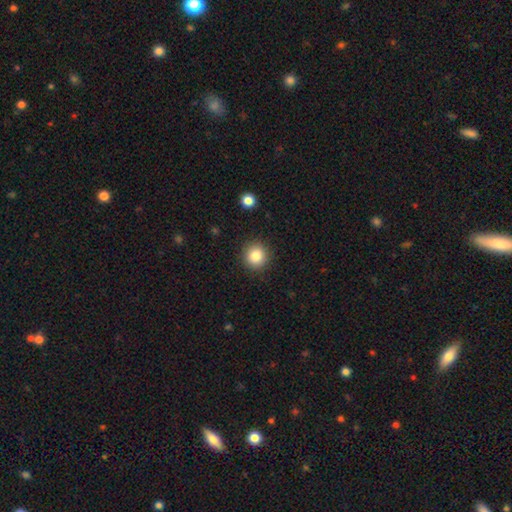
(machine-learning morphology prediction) smooth 83%, star or artifact 10%, featured or disk 6%. Down the decision tree: how rounded — round (91%); merging — none (90%).